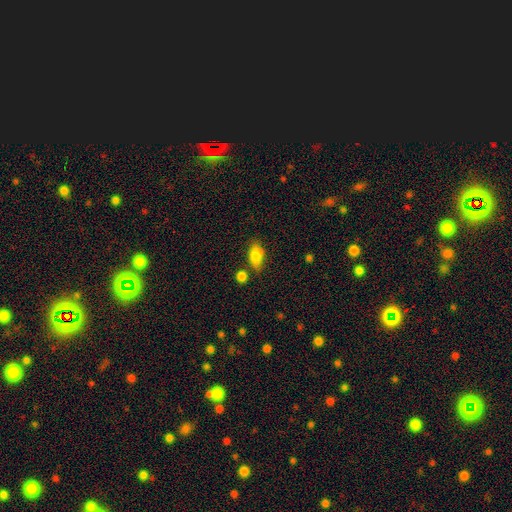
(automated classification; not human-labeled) Q: Smooth or featured?
A: smooth (83%); runner-up: featured or disk (9%)
Q: How rounded?
A: in between (86%); runner-up: cigar-shaped (8%)
Q: Merging?
A: none (68%); runner-up: minor disturbance (20%)